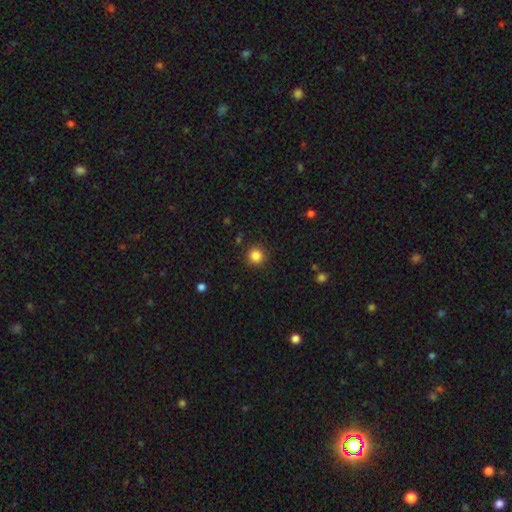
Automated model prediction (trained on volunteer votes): smooth 85%, star or artifact 11%, featured or disk 3%. Down the decision tree: how rounded — round (94%); merging — none (90%).